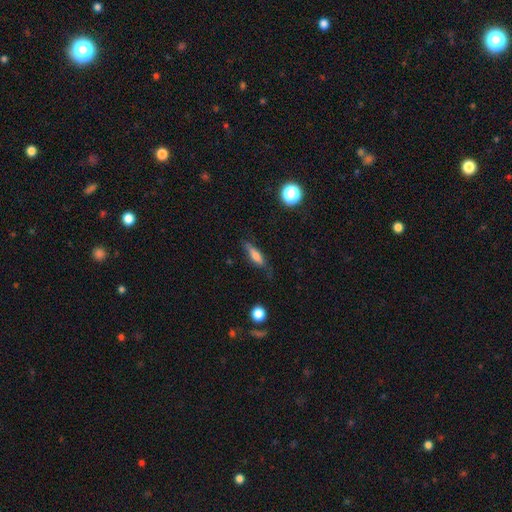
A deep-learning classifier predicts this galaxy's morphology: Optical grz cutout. It shows a smooth galaxy with no disk features (58%) that is cigar-shaped (62%). Merging: none (68%).